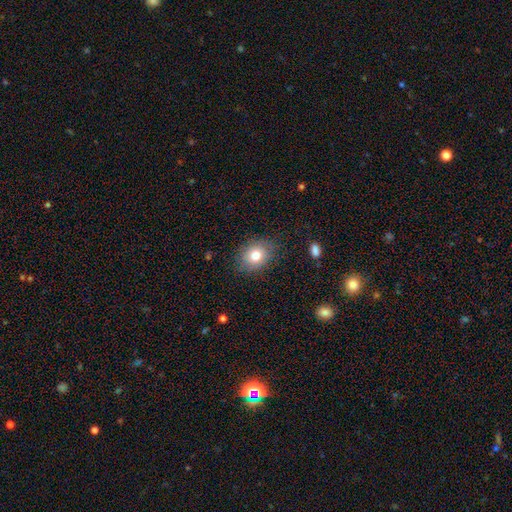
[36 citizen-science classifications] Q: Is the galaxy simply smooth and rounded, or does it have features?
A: smooth — 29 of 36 (81%).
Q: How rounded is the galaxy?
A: in between — 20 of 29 (69%).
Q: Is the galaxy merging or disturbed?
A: none — 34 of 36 (94%).